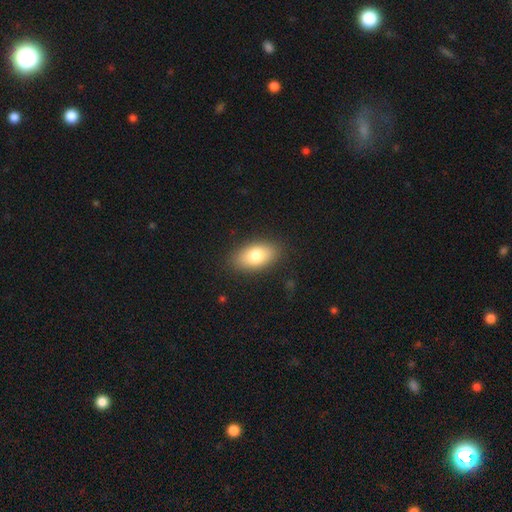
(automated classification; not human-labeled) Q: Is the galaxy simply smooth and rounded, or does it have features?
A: smooth — 78%.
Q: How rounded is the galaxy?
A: in between — 91%.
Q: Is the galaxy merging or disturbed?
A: none — 86%.